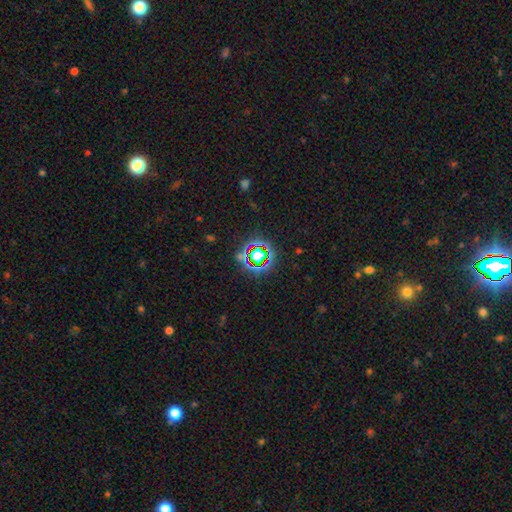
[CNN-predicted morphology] Q: Smooth or featured?
A: star or artifact (72%); runner-up: smooth (18%)